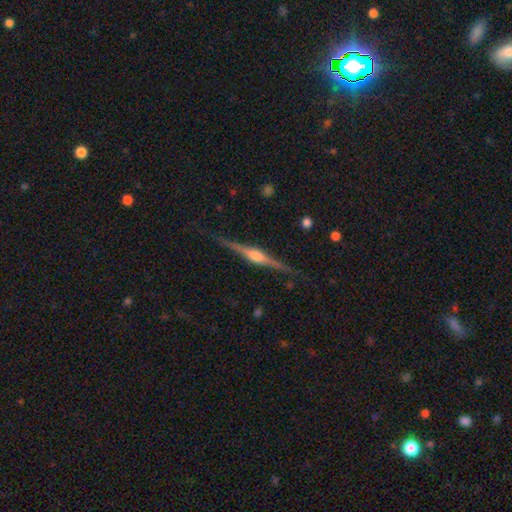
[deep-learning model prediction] This is clearly a featured or disk galaxy (85%). It is clearly viewed edge-on (98%). Edge-on bulge: clearly rounded (87%). Merging: clearly none (87%).